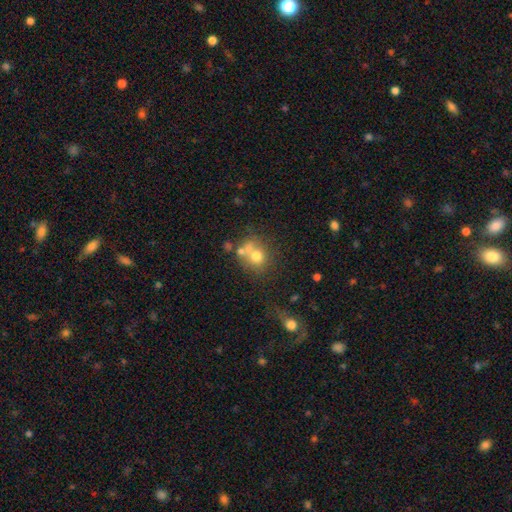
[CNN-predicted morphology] This is likely a smooth galaxy (65%). How rounded: likely round (79%). Merging: possibly none (48%).